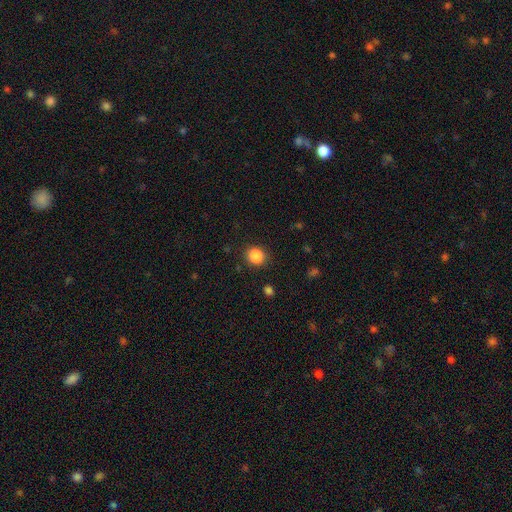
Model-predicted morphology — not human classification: type=smooth (87%); roundness=round (79%); merging=none (87%).